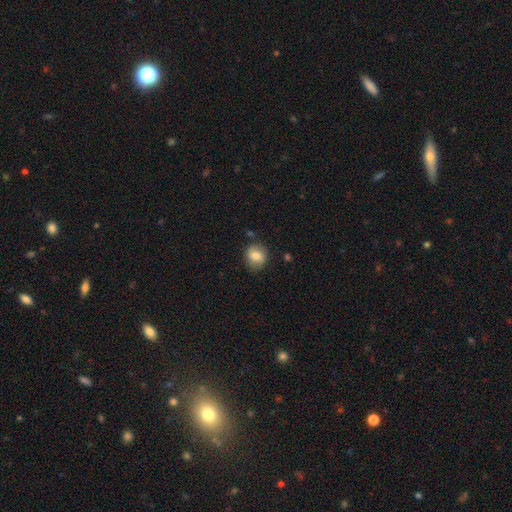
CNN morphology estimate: This is likely a smooth galaxy (74%). How rounded: likely round (73%). Merging: likely none (78%).